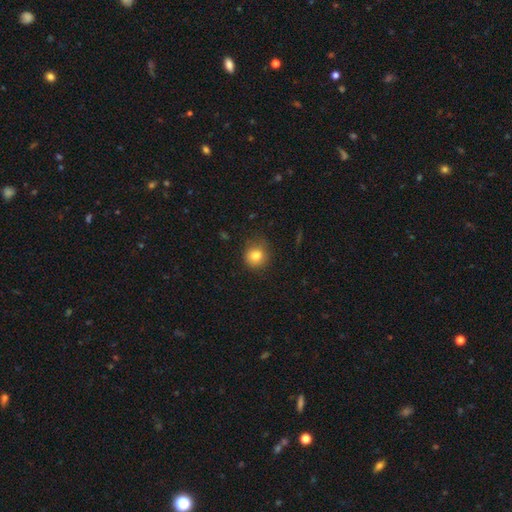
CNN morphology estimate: Smooth or featured? Predicted: smooth (p=0.82). How rounded? Predicted: round (p=0.83). Merging? Predicted: none (p=0.77).